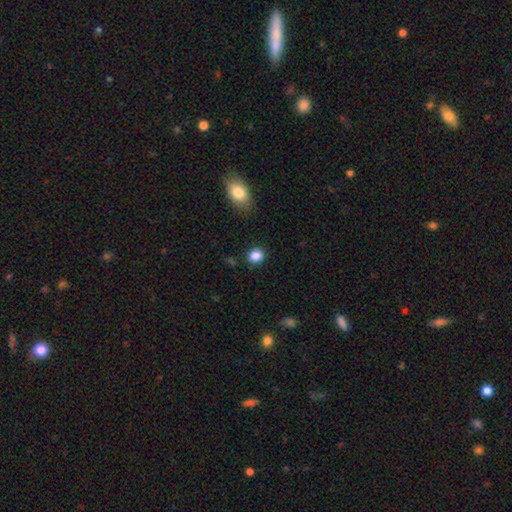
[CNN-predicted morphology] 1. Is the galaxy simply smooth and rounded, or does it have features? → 87% smooth, 10% star or artifact, 3% featured or disk.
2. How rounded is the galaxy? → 74% round, 25% in between, 1% cigar-shaped.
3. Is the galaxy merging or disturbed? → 87% none, 9% minor disturbance, 3% major disturbance, 2% merger.